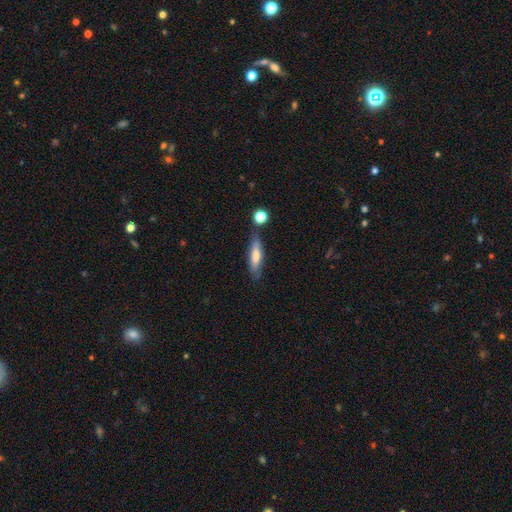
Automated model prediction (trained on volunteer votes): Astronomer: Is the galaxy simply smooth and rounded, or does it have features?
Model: smooth — 62%.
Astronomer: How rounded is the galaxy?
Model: cigar-shaped — 70%.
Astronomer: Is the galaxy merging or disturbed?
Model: none — 72%.